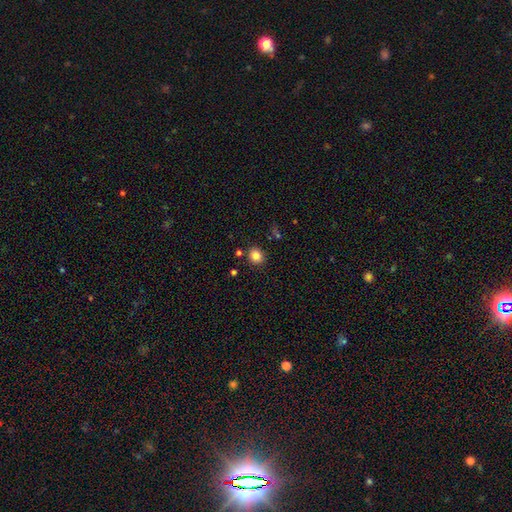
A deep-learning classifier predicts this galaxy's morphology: Smooth or featured? Predicted: smooth (p=0.84). How rounded? Predicted: round (p=0.72). Merging? Predicted: none (p=0.84).